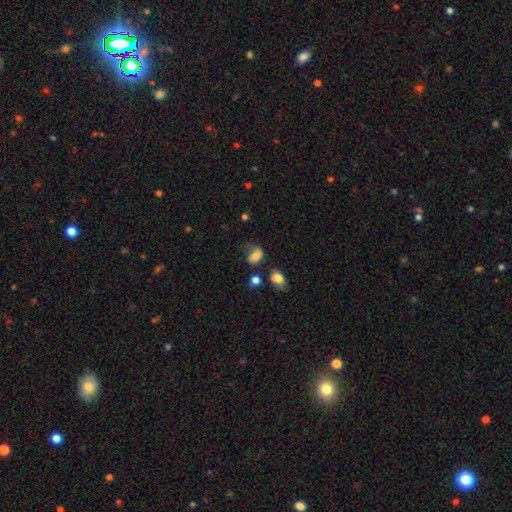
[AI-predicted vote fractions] This is likely a smooth galaxy (61%). How rounded: likely in between (75%). Merging: marginally major disturbance (40%).